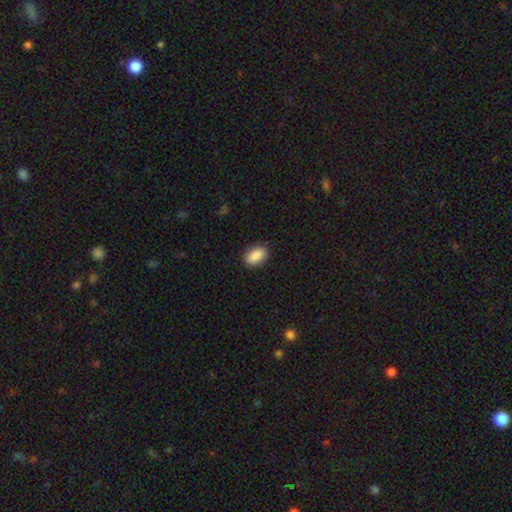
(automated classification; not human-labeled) The model was most divided on "merging": none: 87%, minor disturbance: 10%, major disturbance: 2%, merger: 1%. More confident: how rounded — in between (90%); smooth or featured — smooth (89%).